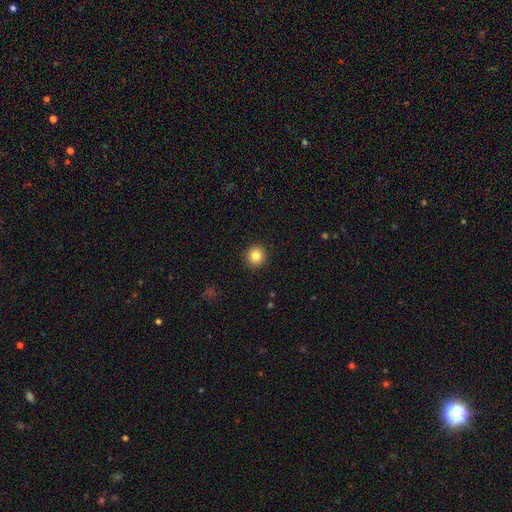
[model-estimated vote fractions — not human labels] Q: Smooth or featured?
A: smooth (83%); runner-up: star or artifact (11%)
Q: How rounded?
A: round (95%); runner-up: in between (4%)
Q: Merging?
A: none (93%); runner-up: minor disturbance (5%)